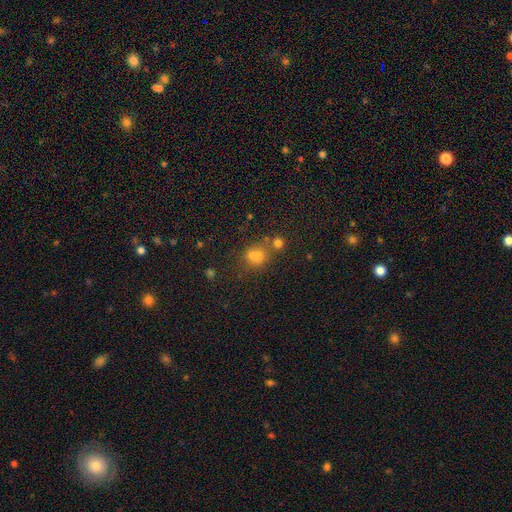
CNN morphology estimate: Smooth or featured?
  - smooth: 63% *
  - star or artifact: 24%
  - featured or disk: 13%
How rounded?
  - round: 73% *
  - in between: 26%
  - cigar-shaped: 1%
Merging?
  - none: 46% *
  - merger: 40%
  - minor disturbance: 9%
  - major disturbance: 5%